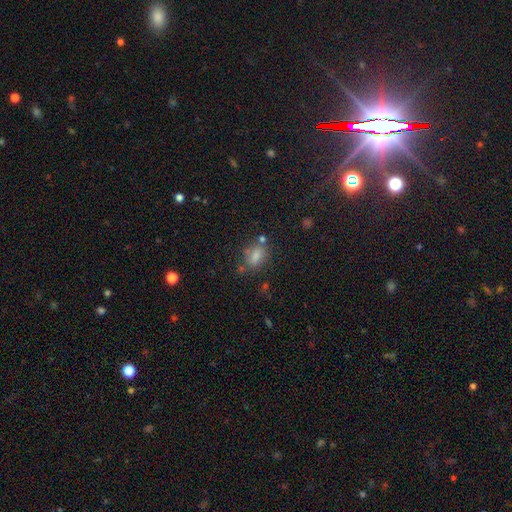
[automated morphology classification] A smooth galaxy with no disk features (79%) that is in between round and cigar-shaped (78%). Merging: none (64%).